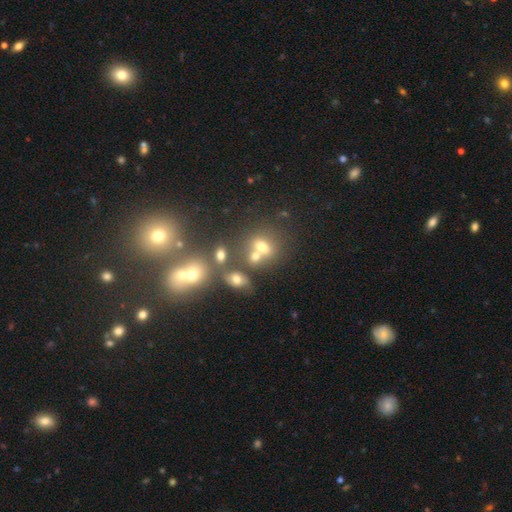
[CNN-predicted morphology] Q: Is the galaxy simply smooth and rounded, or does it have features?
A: smooth — 63%.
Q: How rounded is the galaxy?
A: in between — 52%.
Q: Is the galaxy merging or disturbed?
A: merger — 42%.